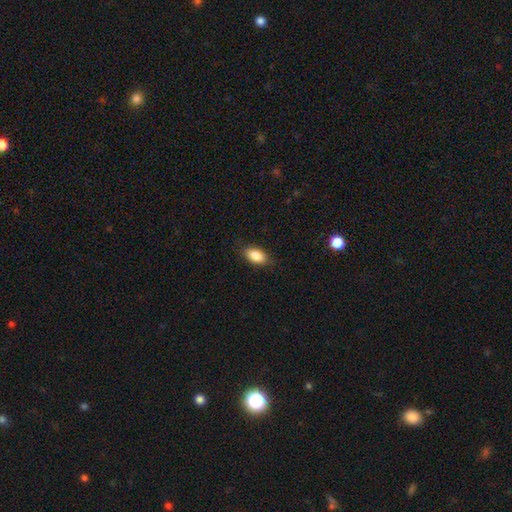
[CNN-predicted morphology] A smooth galaxy with no disk features (87%) that is in between round and cigar-shaped (91%). Merging: none (86%).